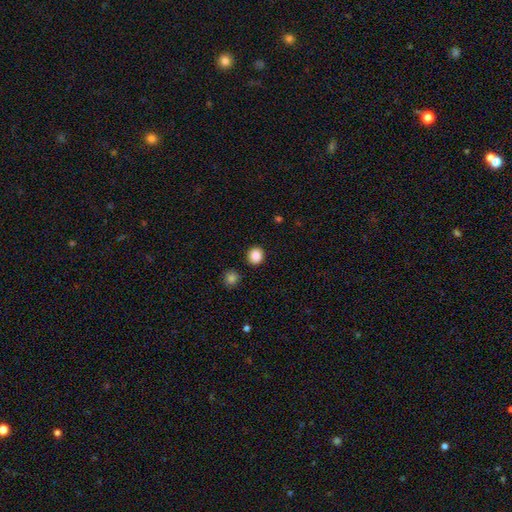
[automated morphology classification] Overall: smooth (87%). How rounded: round (83%). Merging: none (90%).